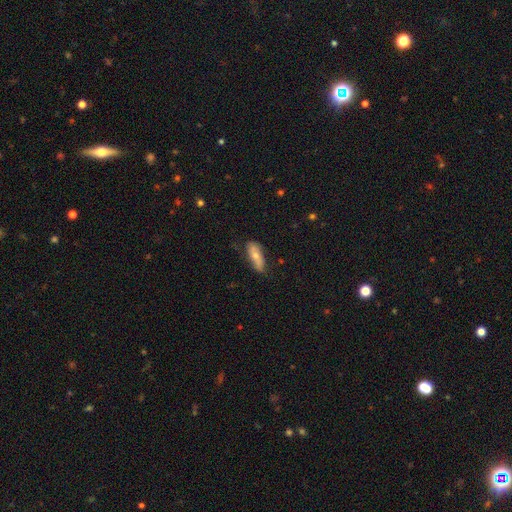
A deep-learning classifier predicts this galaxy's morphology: Smooth or featured? smooth (62%)
How rounded? in between (68%)
Merging? none (68%)